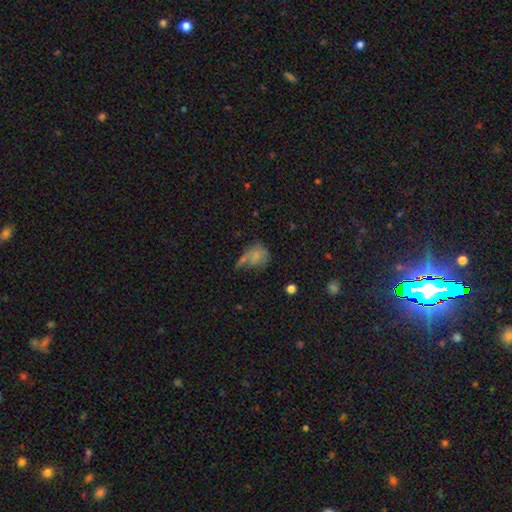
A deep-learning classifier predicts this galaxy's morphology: A smooth galaxy with no disk features (63%) that is in between round and cigar-shaped (51%).

Vote fractions:
- Smooth or featured? smooth: 63% / featured or disk: 23% / star or artifact: 14%
- How rounded? in between: 51% / round: 46% / cigar-shaped: 3%
- Merging? none: 32% / major disturbance: 28% / minor disturbance: 25% / merger: 15%